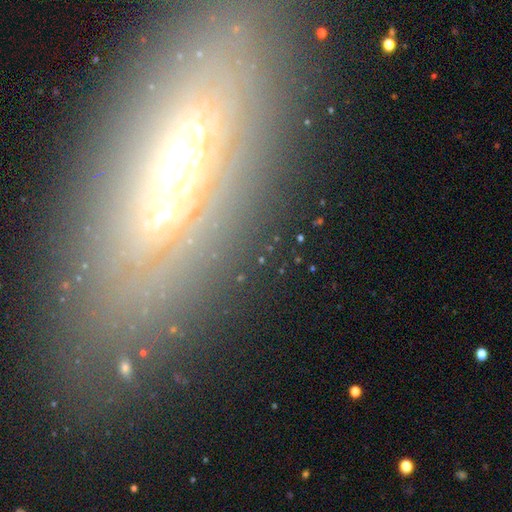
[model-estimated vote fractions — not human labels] featured or disk 61%, smooth 25%, star or artifact 15%. Down the decision tree: edge-on disk — yes (51%); merging — none (80%).